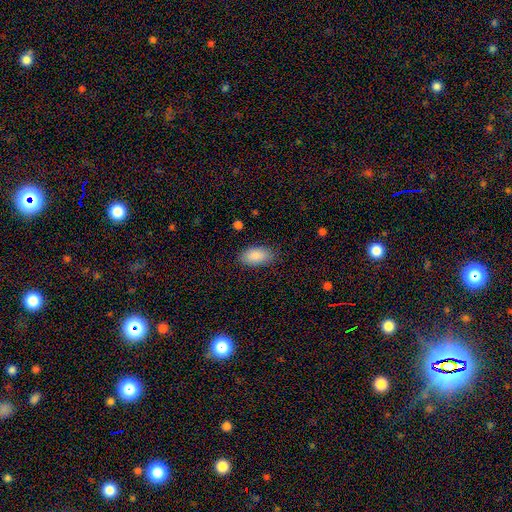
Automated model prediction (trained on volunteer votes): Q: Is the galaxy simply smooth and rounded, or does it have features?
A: smooth — 89%.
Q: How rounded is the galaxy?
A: in between — 94%.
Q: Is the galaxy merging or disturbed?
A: none — 82%.